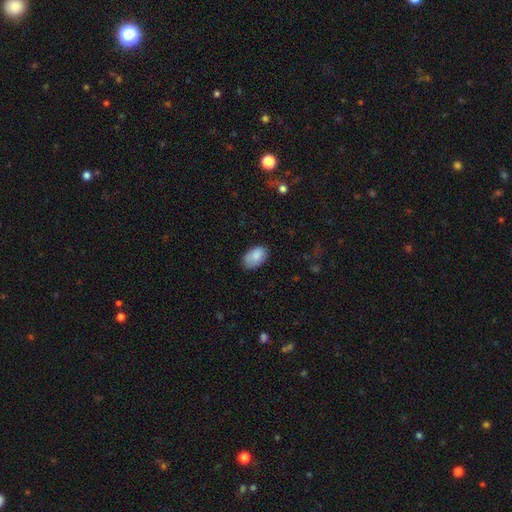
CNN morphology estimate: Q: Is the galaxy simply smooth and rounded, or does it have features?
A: smooth — 87%.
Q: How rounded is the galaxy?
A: in between — 92%.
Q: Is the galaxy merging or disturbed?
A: none — 79%.